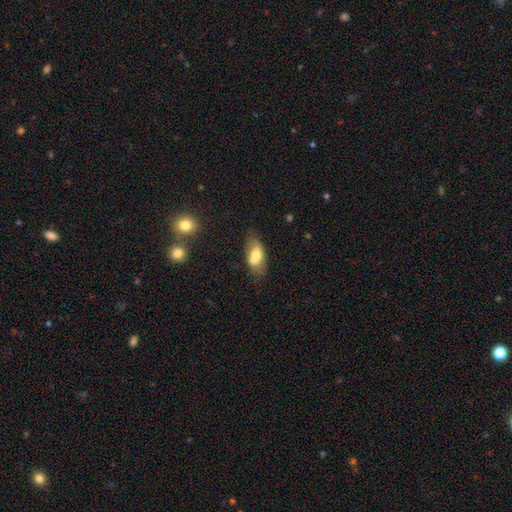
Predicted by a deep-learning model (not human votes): Overall: smooth (65%; featured or disk 27%). How rounded: in between (86%). Merging: none (55%; merger 21%).